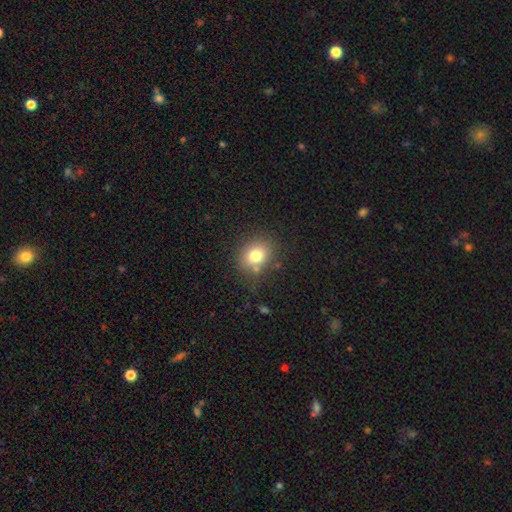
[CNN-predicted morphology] type=smooth (77%); roundness=round (54%); merging=none (74%).